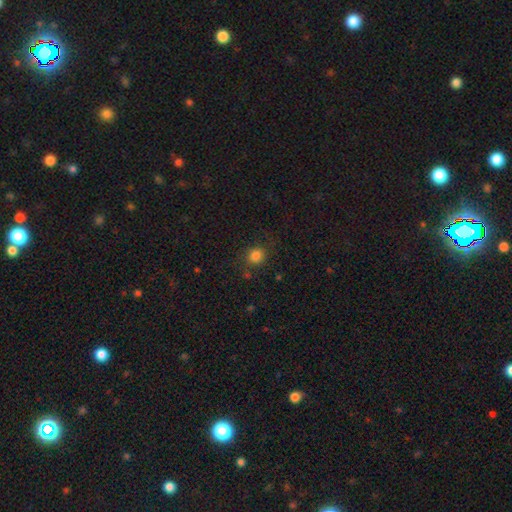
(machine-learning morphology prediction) Q: Smooth or featured?
A: smooth (81%); runner-up: star or artifact (13%)
Q: How rounded?
A: round (82%); runner-up: in between (17%)
Q: Merging?
A: none (81%); runner-up: minor disturbance (12%)